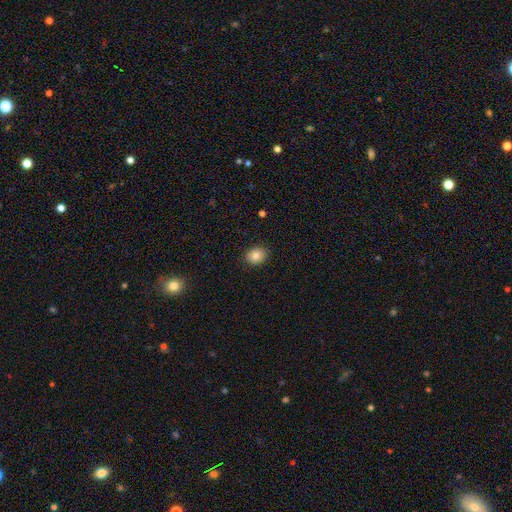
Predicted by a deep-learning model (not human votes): This appears to be a smooth galaxy with no disk features (85%) that is round (54%). Merging: none (87%).